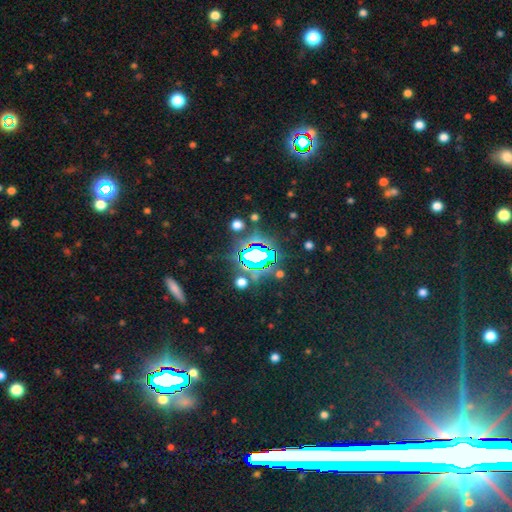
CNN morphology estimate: Smooth or featured? star or artifact (72%)